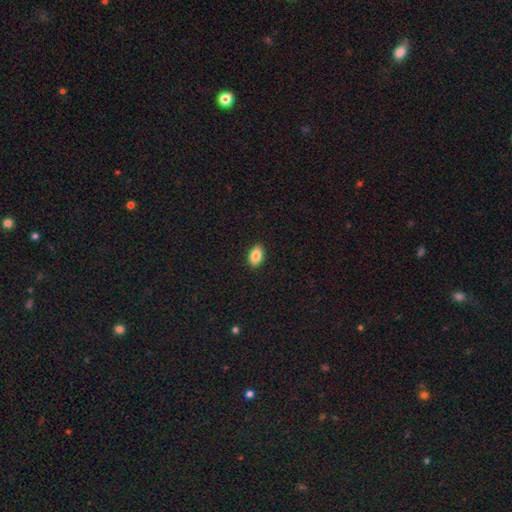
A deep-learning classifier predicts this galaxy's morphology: Smooth or featured: smooth — 86% (star or artifact — 8%)
How rounded: in between — 89% (round — 9%)
Merging: none — 90% (minor disturbance — 7%)